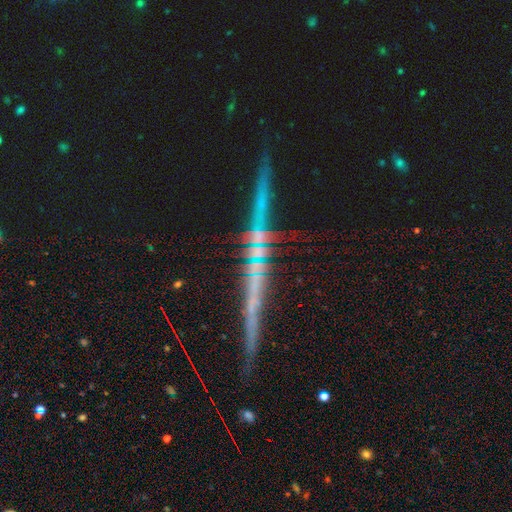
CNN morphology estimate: A featured or disk galaxy (63%) viewed edge-on (95%) with no central bulge (80%).

Vote fractions:
- Smooth or featured? featured or disk: 63% / smooth: 19% / star or artifact: 18%
- Edge-on disk? yes: 95% / no: 5%
- Edge-on bulge? none: 80% / rounded: 13% / boxy: 6%
- Merging? none: 83% / minor disturbance: 9% / merger: 5% / major disturbance: 3%